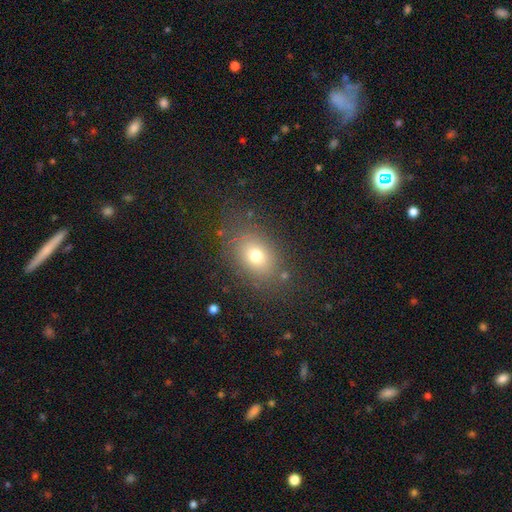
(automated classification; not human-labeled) A smooth galaxy with no disk features (72%) that is in between round and cigar-shaped (65%).

Vote fractions:
- Smooth or featured? smooth: 72% / star or artifact: 15% / featured or disk: 13%
- How rounded? in between: 65% / round: 33% / cigar-shaped: 1%
- Merging? none: 79% / minor disturbance: 12% / major disturbance: 6% / merger: 2%